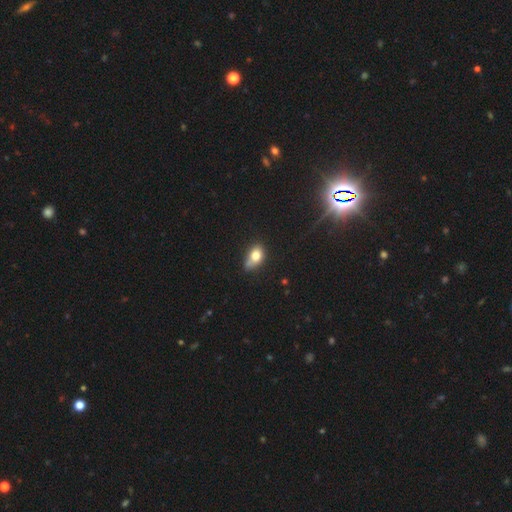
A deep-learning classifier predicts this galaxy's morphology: This is likely a smooth galaxy (77%). How rounded: clearly in between (81%). Merging: possibly none (46%).